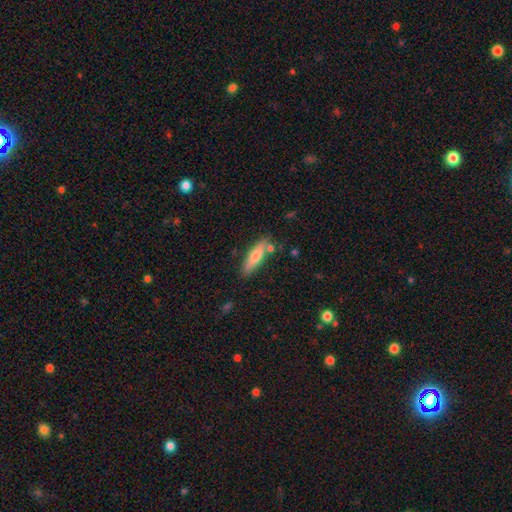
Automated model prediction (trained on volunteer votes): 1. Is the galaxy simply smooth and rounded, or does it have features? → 65% smooth, 29% featured or disk, 6% star or artifact.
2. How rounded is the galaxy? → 65% cigar-shaped, 33% in between, 2% round.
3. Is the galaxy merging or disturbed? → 78% none, 13% minor disturbance, 6% merger, 3% major disturbance.